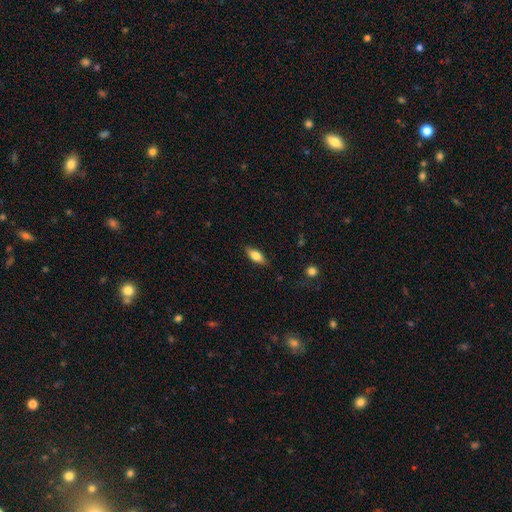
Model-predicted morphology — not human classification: smooth_or_featured: smooth (p=0.78) [alt: featured or disk p=0.15]
how_rounded: in between (p=0.83) [alt: cigar-shaped p=0.15]
merging: none (p=0.83) [alt: minor disturbance p=0.13]